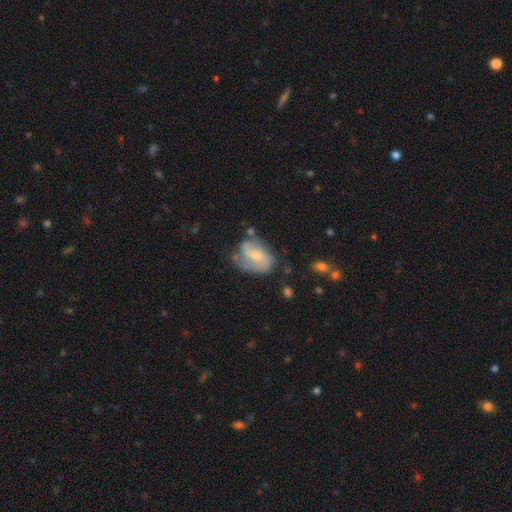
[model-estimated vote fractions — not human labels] featured or disk 69%, smooth 24%, star or artifact 7%. Down the decision tree: edge-on disk — no (97%); bar — no (49%); spiral arms — yes (87%); spiral arm count — 2 (70%); spiral winding — medium (43%); bulge size — small (57%); merging — none (53%).